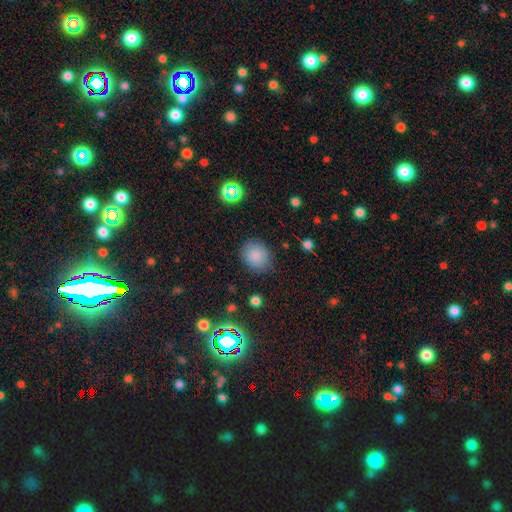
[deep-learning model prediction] smooth-or-featured: smooth: 84% | star or artifact: 10% | featured or disk: 6%
  how-rounded: round: 66% | in between: 33% | cigar-shaped: 1%
  merging: none: 80% | minor disturbance: 14% | major disturbance: 4% | merger: 2%